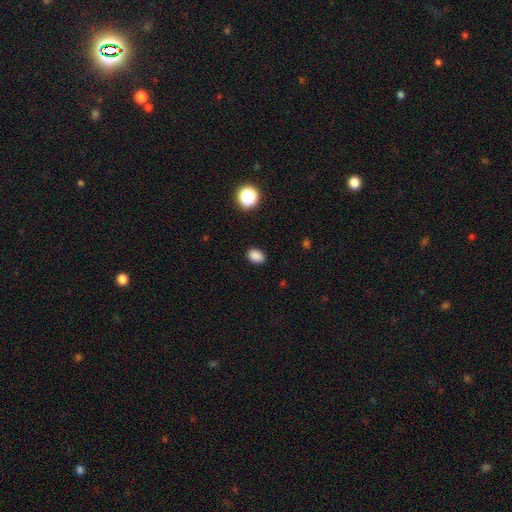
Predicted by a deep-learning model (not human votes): Smooth or featured? smooth (85%)
How rounded? in between (75%)
Merging? none (88%)